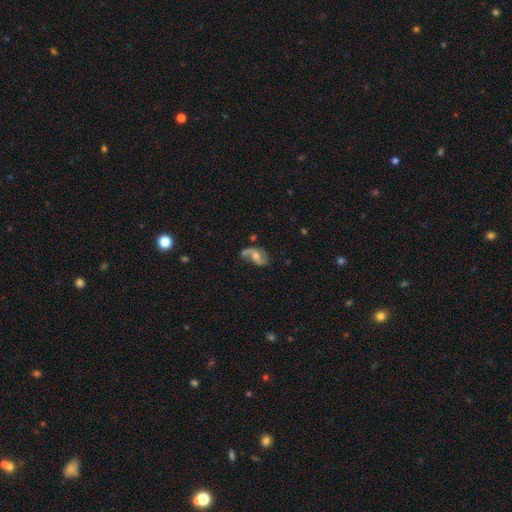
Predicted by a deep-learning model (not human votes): This is likely a featured or disk galaxy (79%). It is clearly not viewed edge-on (97%). Bar: possibly no (55%). Spiral arm pattern: clearly yes (92%). Spiral arm count: clearly 2 (86%). Spiral winding: possibly loose (57%). Central bulge: likely moderate (64%). Merging: possibly none (57%).